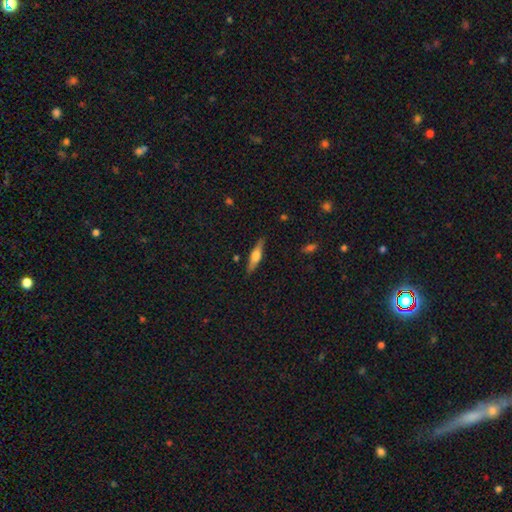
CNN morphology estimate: Smooth or featured?
  - featured or disk: 47% *
  - smooth: 46%
  - star or artifact: 6%
Merging?
  - none: 85% *
  - minor disturbance: 11%
  - major disturbance: 2%
  - merger: 1%